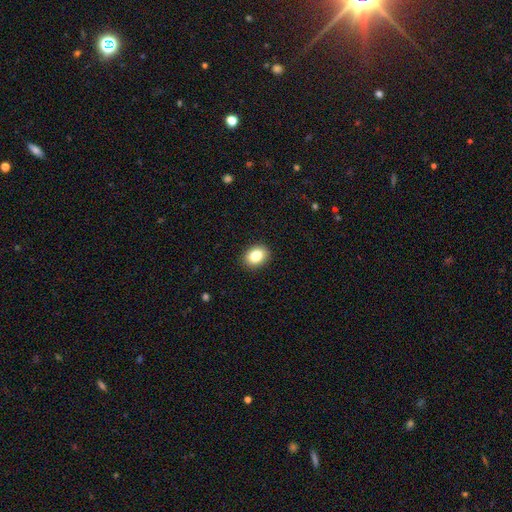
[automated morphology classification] Overall: smooth (85%). How rounded: in between (63%; round 36%). Merging: none (90%).